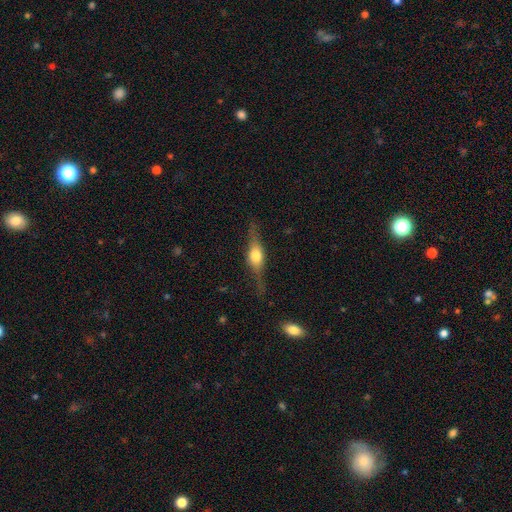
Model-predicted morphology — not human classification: smooth_or_featured: featured or disk (p=0.67) [alt: smooth p=0.27]
disk_edge_on: yes (p=0.94) [alt: no p=0.06]
edge_on_bulge: rounded (p=0.92) [alt: boxy p=0.06]
merging: none (p=0.76) [alt: minor disturbance p=0.16]